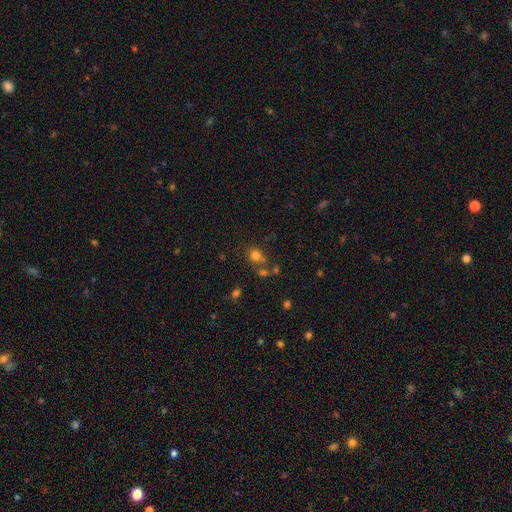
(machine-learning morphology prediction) The model was most divided on "merging": none: 62%, merger: 22%, minor disturbance: 11%, major disturbance: 5%. More confident: how rounded — round (76%); smooth or featured — smooth (74%).